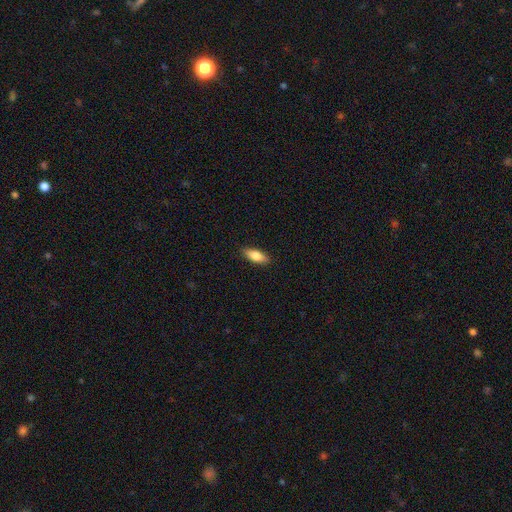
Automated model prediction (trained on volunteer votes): Overall: smooth (79%). How rounded: in between (73%). Merging: none (89%).